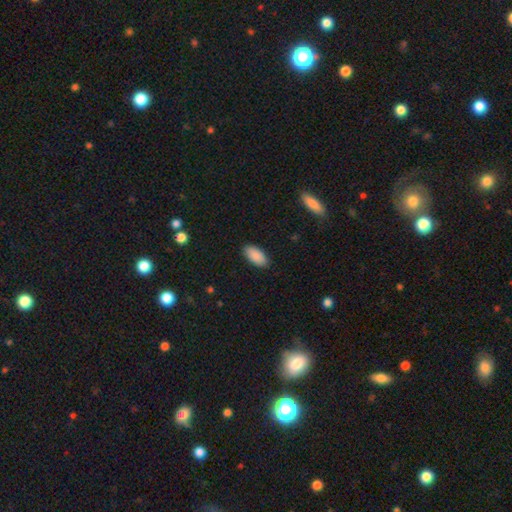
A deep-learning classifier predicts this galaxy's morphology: Smooth or featured? smooth (90%)
How rounded? in between (93%)
Merging? none (88%)